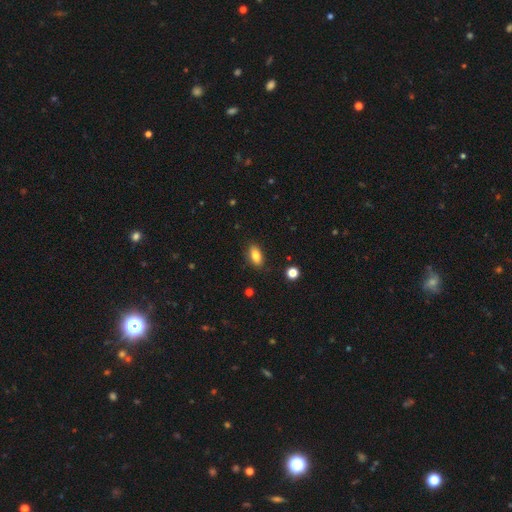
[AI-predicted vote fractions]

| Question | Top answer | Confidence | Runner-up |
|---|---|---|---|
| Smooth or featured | smooth | 82% | featured or disk (10%) |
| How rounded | in between | 87% | cigar-shaped (8%) |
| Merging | none | 87% | minor disturbance (10%) |